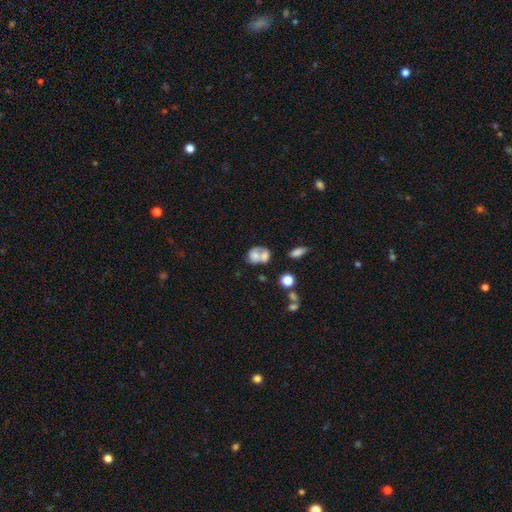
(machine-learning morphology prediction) smooth_or_featured: smooth (p=0.65) [alt: featured or disk p=0.25]
how_rounded: in between (p=0.55) [alt: round p=0.43]
merging: merger (p=0.59) [alt: none p=0.22]